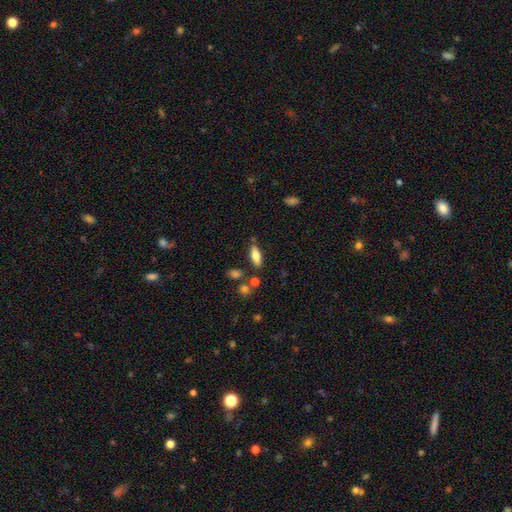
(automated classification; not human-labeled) A smooth galaxy with no disk features (68%) that is in between round and cigar-shaped (67%). Merging: none (76%).